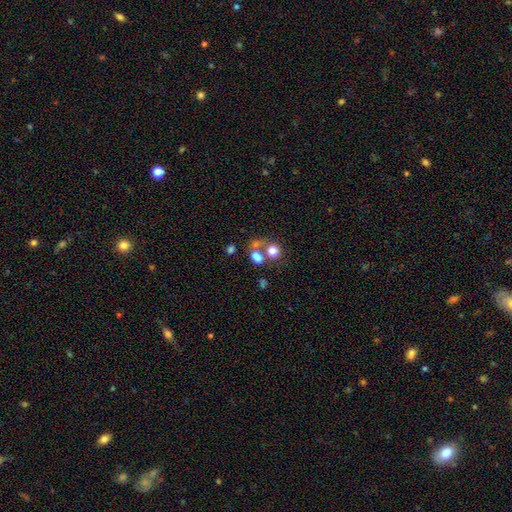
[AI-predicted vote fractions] A smooth galaxy with no disk features (73%) that is in between round and cigar-shaped (53%). Merging: none (43%).